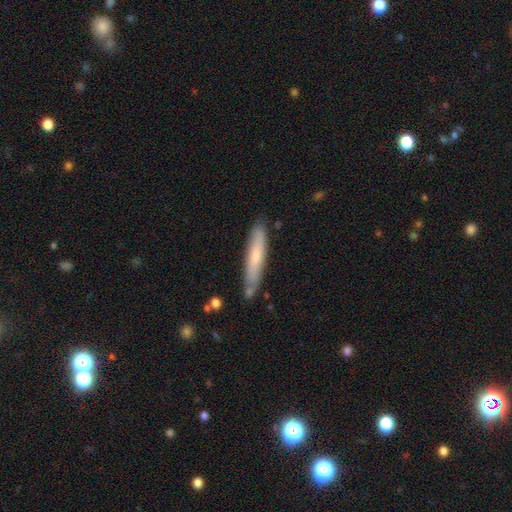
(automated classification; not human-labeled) A smooth galaxy with no disk features (64%) that is cigar-shaped (89%).

Vote fractions:
- Smooth or featured? smooth: 64% / featured or disk: 30% / star or artifact: 6%
- How rounded? cigar-shaped: 89% / in between: 10% / round: 1%
- Merging? none: 78% / minor disturbance: 15% / merger: 4% / major disturbance: 2%